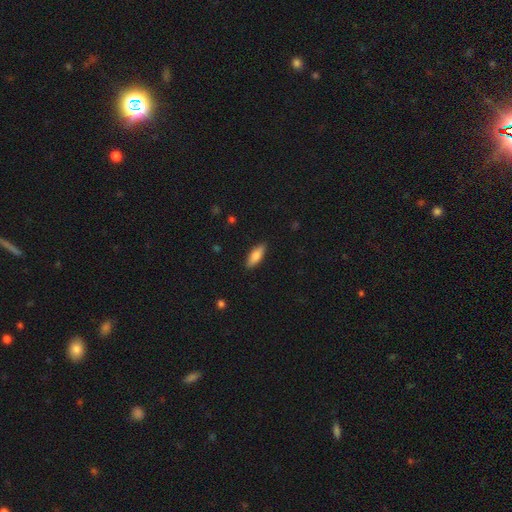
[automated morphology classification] Q: Smooth or featured?
A: smooth (81%); runner-up: featured or disk (13%)
Q: How rounded?
A: in between (71%); runner-up: cigar-shaped (27%)
Q: Merging?
A: none (88%); runner-up: minor disturbance (9%)